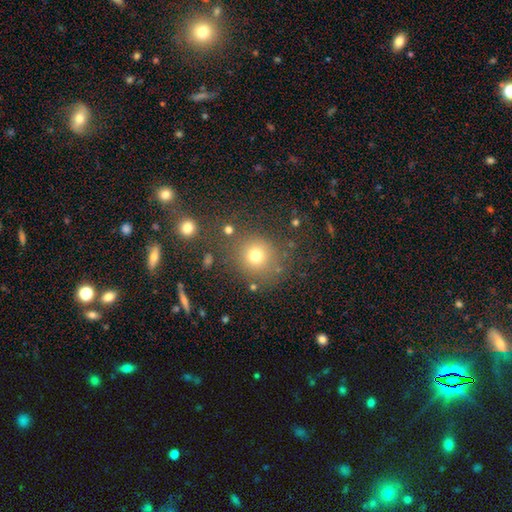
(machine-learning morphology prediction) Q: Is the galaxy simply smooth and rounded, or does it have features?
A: smooth — 74%.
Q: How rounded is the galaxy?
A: round — 85%.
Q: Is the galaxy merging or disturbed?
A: none — 76%.